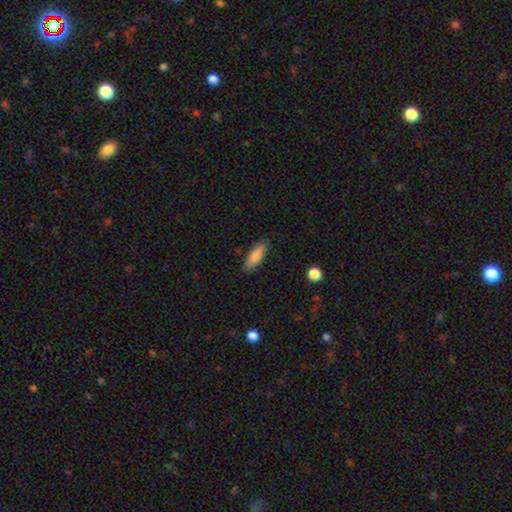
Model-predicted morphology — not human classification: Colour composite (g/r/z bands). It shows a smooth galaxy with no disk features (84%) that is in between round and cigar-shaped (61%). Merging: none (85%).